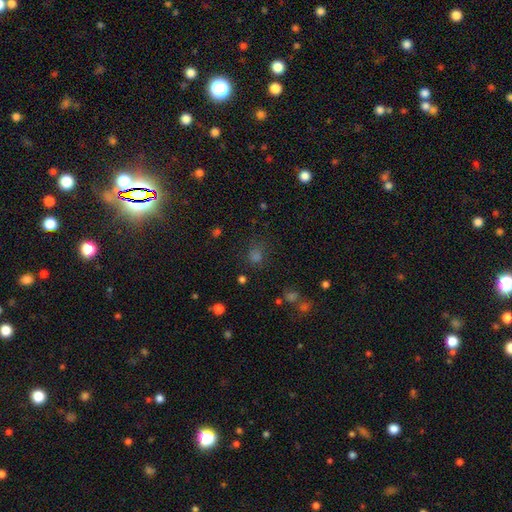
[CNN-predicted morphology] Overall: smooth (54%; star or artifact 40%). How rounded: round (75%). Merging: none (77%).